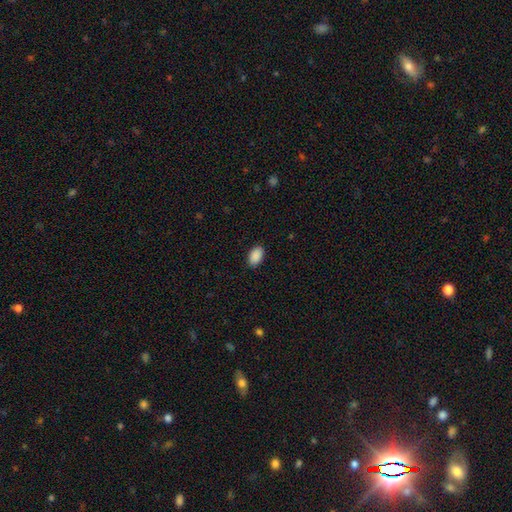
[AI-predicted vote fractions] Smooth or featured? Predicted: smooth (p=0.91). How rounded? Predicted: in between (p=0.92). Merging? Predicted: none (p=0.89).